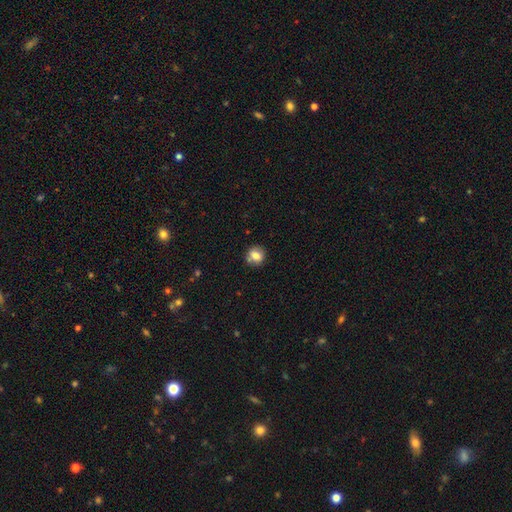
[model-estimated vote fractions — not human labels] smooth_or_featured: smooth (p=0.76) [alt: featured or disk p=0.14]
how_rounded: round (p=0.80) [alt: in between p=0.19]
merging: none (p=0.74) [alt: minor disturbance p=0.13]